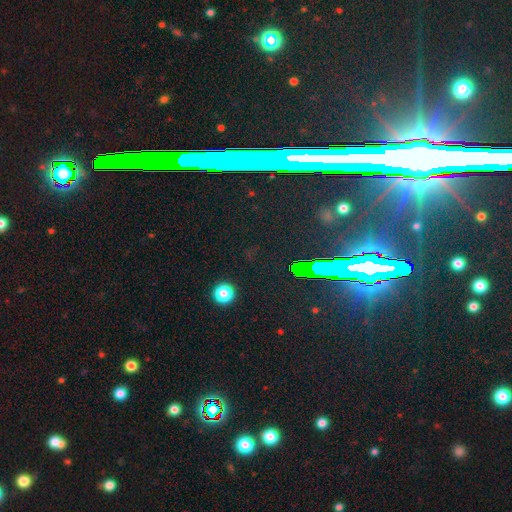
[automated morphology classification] This is clearly a star or artifact rather than a galaxy (82%).